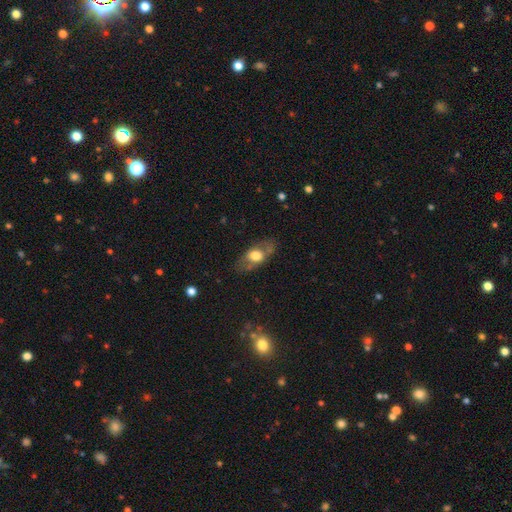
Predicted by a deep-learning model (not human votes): Q: Smooth or featured?
A: smooth (54%); runner-up: featured or disk (38%)
Q: How rounded?
A: in between (80%); runner-up: round (14%)
Q: Merging?
A: none (69%); runner-up: minor disturbance (19%)